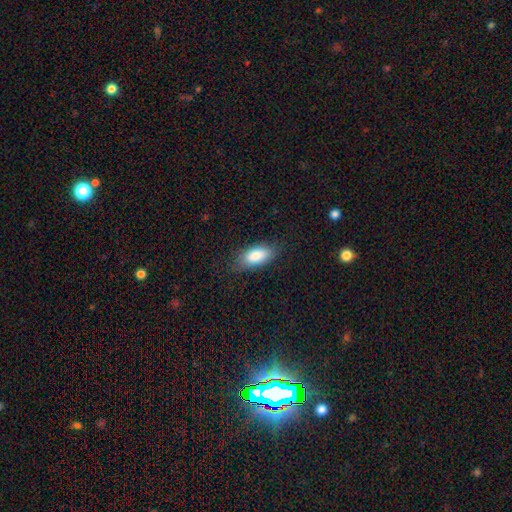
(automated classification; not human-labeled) Q: Smooth or featured?
A: smooth (83%); runner-up: featured or disk (10%)
Q: How rounded?
A: in between (87%); runner-up: cigar-shaped (10%)
Q: Merging?
A: none (78%); runner-up: minor disturbance (17%)